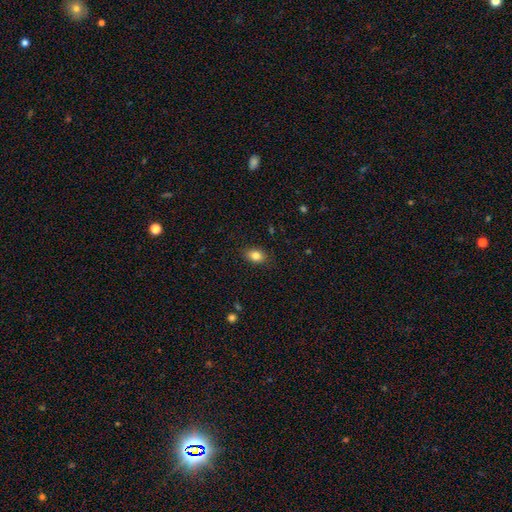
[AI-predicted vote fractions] Q: Smooth or featured?
A: smooth (84%); runner-up: star or artifact (10%)
Q: How rounded?
A: in between (74%); runner-up: round (25%)
Q: Merging?
A: none (87%); runner-up: minor disturbance (10%)